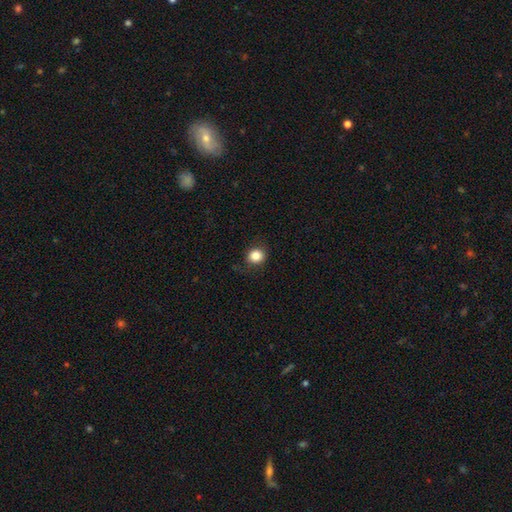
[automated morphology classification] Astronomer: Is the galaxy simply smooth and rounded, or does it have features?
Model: smooth — 84%.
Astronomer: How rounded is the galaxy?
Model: round — 80%.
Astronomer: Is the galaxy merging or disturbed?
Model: none — 85%.